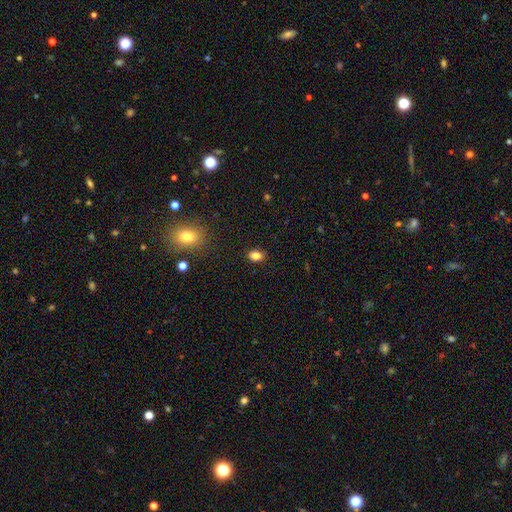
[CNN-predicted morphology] This is clearly a smooth galaxy (83%). How rounded: likely in between (62%). Merging: clearly none (86%).